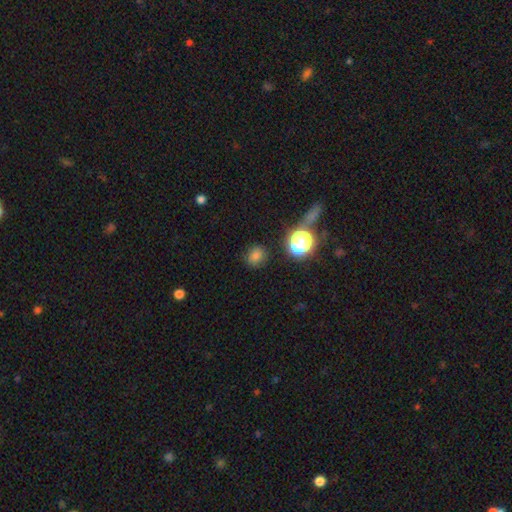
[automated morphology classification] A smooth galaxy with no disk features (71%) that is round (75%). Merging: none (83%).